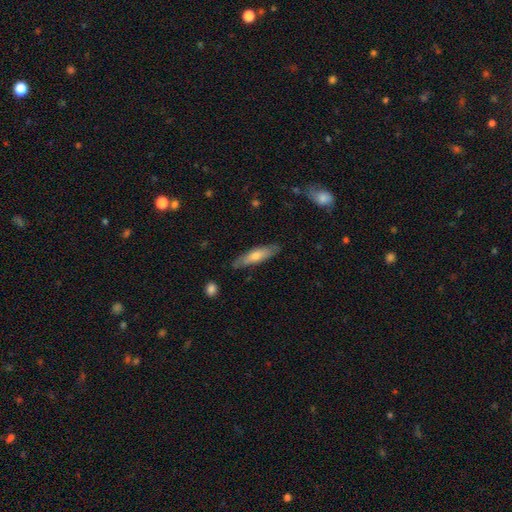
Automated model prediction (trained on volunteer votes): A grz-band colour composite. It shows a smooth galaxy with no disk features (59%) that is cigar-shaped (74%). Merging: none (82%).